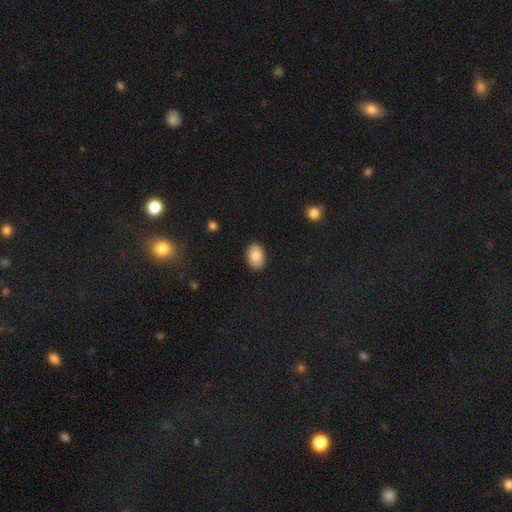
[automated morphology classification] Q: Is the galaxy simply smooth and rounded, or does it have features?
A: smooth — 86%.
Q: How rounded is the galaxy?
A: in between — 85%.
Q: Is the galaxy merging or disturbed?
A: none — 88%.